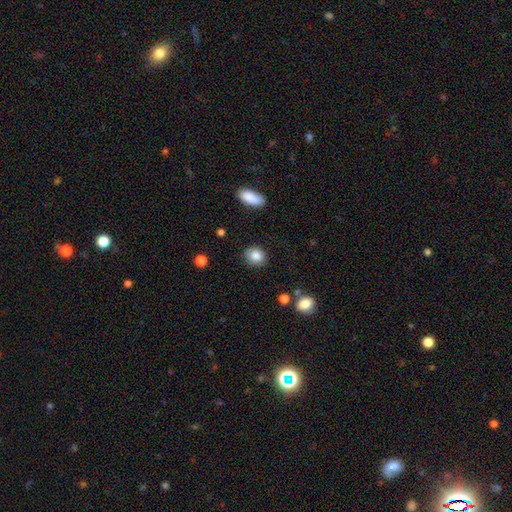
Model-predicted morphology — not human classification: type=smooth (86%); roundness=round (70%); merging=none (85%).